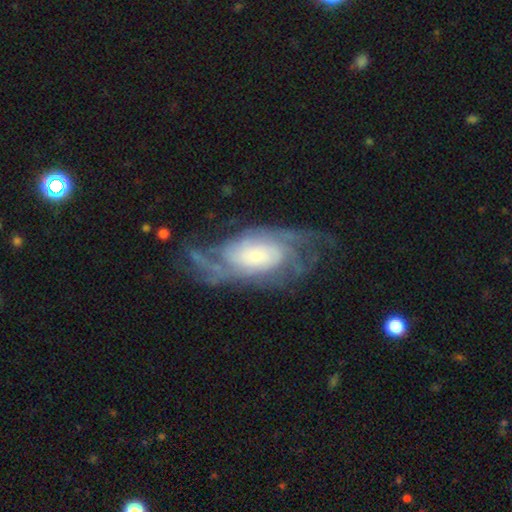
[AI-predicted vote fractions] Smooth or featured?
  - featured or disk: 84% *
  - smooth: 10%
  - star or artifact: 6%
Edge-on disk?
  - no: 95% *
  - yes: 5%
Bar?
  - no: 66% *
  - weak: 26%
  - strong: 8%
Spiral arms?
  - yes: 95% *
  - no: 5%
Spiral winding?
  - tight: 43% *
  - medium: 39%
  - loose: 18%
Spiral arm count?
  - 2: 31% *
  - can't tell: 28%
  - 3: 18%
  - 4: 11%
  - more than 4: 6%
  - 1: 6%
Bulge size?
  - small: 45% *
  - moderate: 27%
  - large: 19%
  - none: 5%
  - dominant: 3%
Merging?
  - none: 60% *
  - minor disturbance: 20%
  - major disturbance: 18%
  - merger: 2%